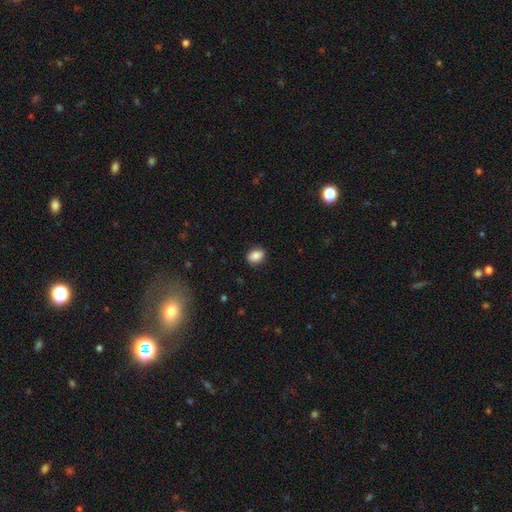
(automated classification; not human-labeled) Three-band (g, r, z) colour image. It shows a smooth galaxy with no disk features (87%) that is in between round and cigar-shaped (70%). Merging: none (85%).